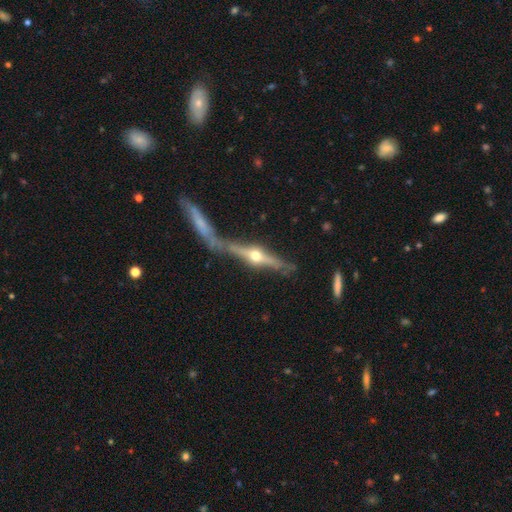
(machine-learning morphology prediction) Smooth or featured? featured or disk (76%)
Edge-on disk? yes (93%)
Edge-on bulge? rounded (94%)
Merging? none (54%)